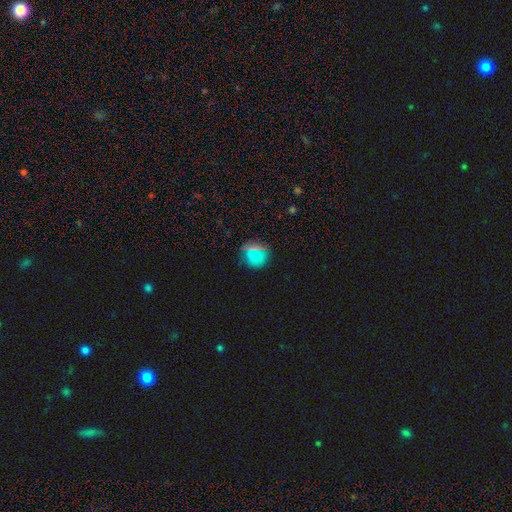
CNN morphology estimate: The model was most divided on "smooth or featured": smooth: 73%, star or artifact: 21%, featured or disk: 6%. More confident: how rounded — round (90%); merging — none (84%).